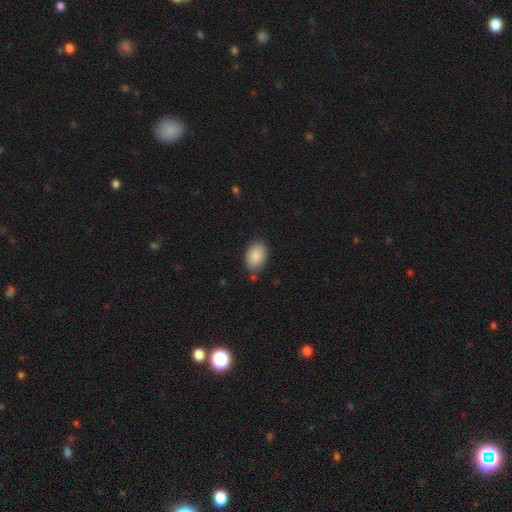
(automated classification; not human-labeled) A smooth galaxy with no disk features (88%) that is in between round and cigar-shaped (86%).

Vote fractions:
- Smooth or featured? smooth: 88% / star or artifact: 7% / featured or disk: 6%
- How rounded? in between: 86% / round: 13% / cigar-shaped: 1%
- Merging? none: 80% / minor disturbance: 14% / major disturbance: 3% / merger: 3%